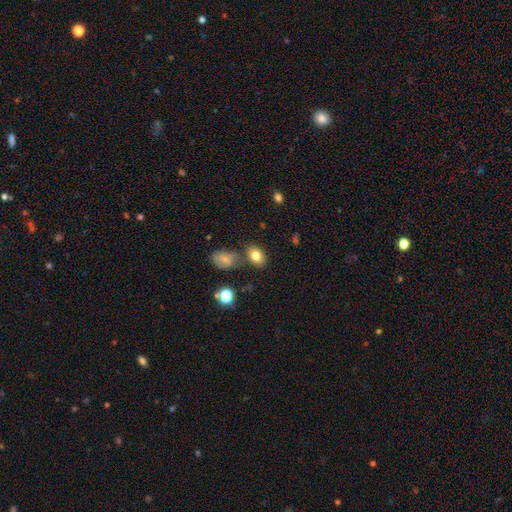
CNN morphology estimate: Smooth or featured: smooth — 79% (star or artifact — 11%)
How rounded: in between — 74% (round — 24%)
Merging: none — 71% (minor disturbance — 14%)